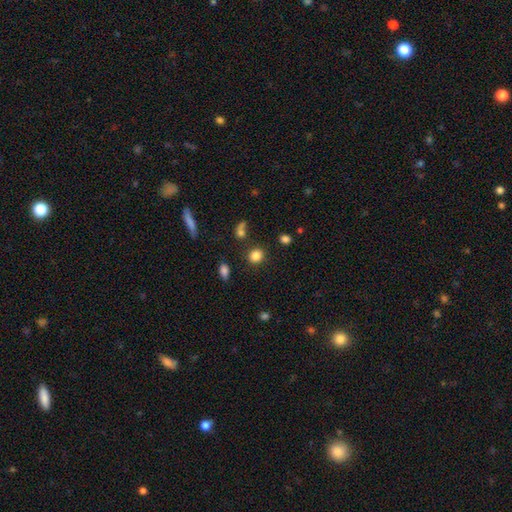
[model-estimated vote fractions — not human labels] A smooth galaxy with no disk features (84%) that is round (78%).

Vote fractions:
- Smooth or featured? smooth: 84% / star or artifact: 11% / featured or disk: 5%
- How rounded? round: 78% / in between: 20% / cigar-shaped: 1%
- Merging? none: 83% / minor disturbance: 8% / merger: 5% / major disturbance: 3%